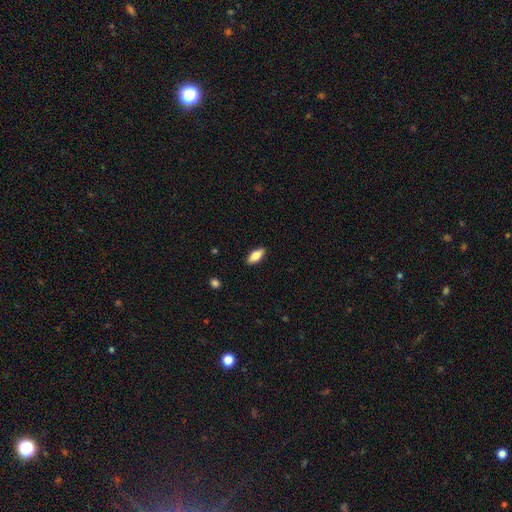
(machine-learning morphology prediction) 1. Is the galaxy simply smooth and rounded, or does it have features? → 74% smooth, 20% featured or disk, 6% star or artifact.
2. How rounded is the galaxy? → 81% in between, 16% cigar-shaped, 3% round.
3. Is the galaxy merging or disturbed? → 88% none, 9% minor disturbance, 2% major disturbance, 1% merger.